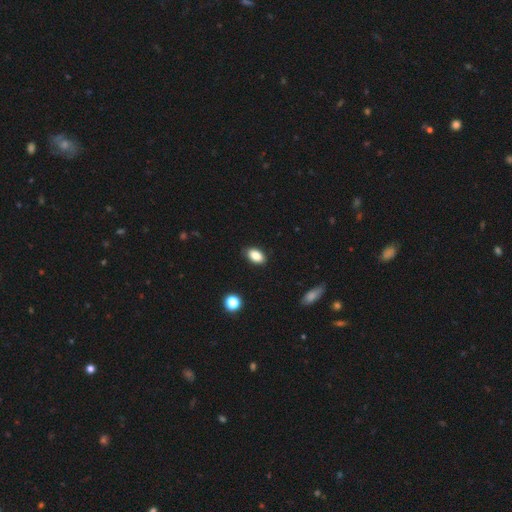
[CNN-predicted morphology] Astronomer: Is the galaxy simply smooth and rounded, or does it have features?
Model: smooth — 86%.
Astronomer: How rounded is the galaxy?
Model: in between — 91%.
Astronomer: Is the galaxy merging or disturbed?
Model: none — 87%.